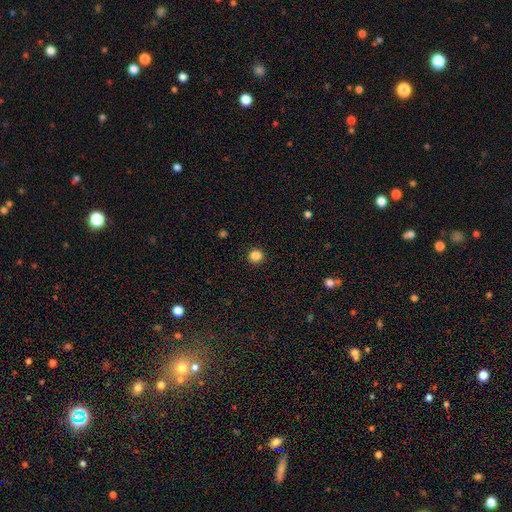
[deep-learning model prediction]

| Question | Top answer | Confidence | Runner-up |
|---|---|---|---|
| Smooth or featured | smooth | 86% | star or artifact (11%) |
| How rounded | round | 96% | in between (3%) |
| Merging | none | 93% | minor disturbance (4%) |